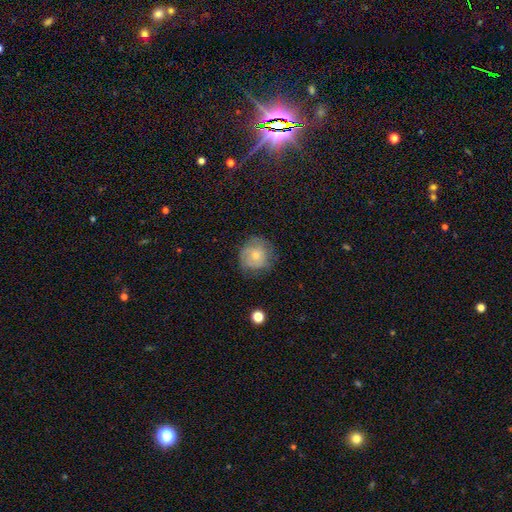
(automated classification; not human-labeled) Overall: smooth (56%; featured or disk 36%). How rounded: round (87%). Merging: none (66%).